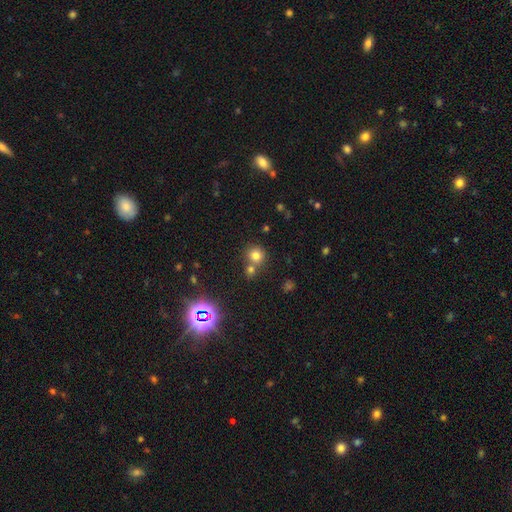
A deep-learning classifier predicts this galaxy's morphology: This is likely a smooth galaxy (75%). How rounded: clearly round (88%). Merging: possibly none (57%).